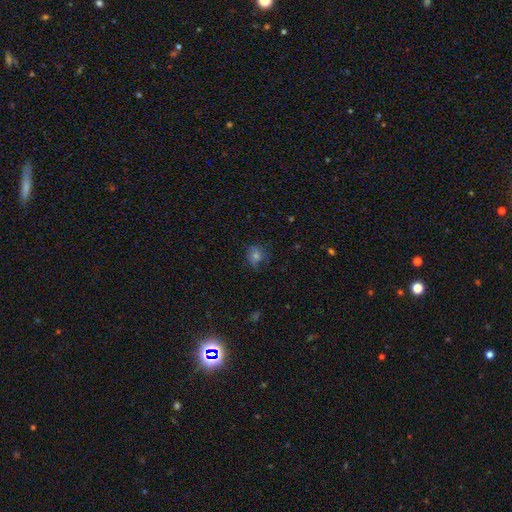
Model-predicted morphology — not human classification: smooth 54%, star or artifact 28%, featured or disk 18%. Down the decision tree: how rounded — round (82%); merging — none (72%).